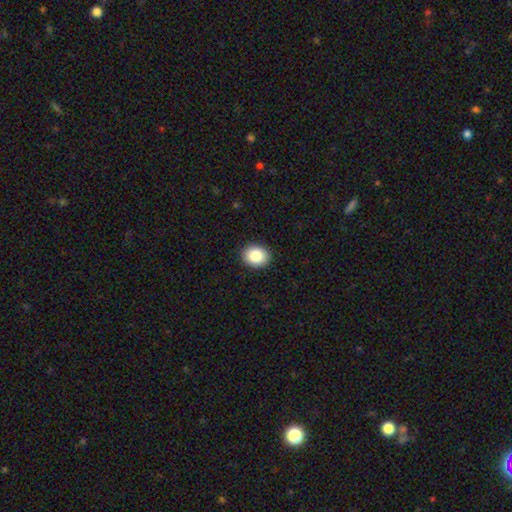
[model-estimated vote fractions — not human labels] Smooth or featured?
  - smooth: 86% *
  - star or artifact: 8%
  - featured or disk: 5%
How rounded?
  - round: 52% *
  - in between: 47%
  - cigar-shaped: 1%
Merging?
  - none: 91% *
  - minor disturbance: 7%
  - major disturbance: 2%
  - merger: 1%